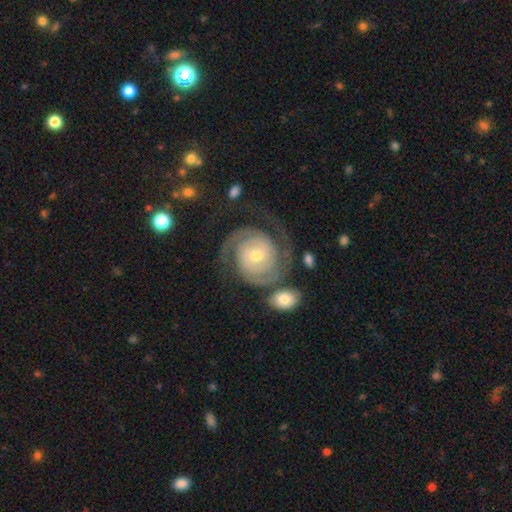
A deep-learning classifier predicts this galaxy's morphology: Q: Smooth or featured?
A: featured or disk (90%); runner-up: smooth (5%)
Q: Edge-on disk?
A: no (98%); runner-up: yes (2%)
Q: Bar?
A: no (68%); runner-up: weak (24%)
Q: Spiral arms?
A: yes (98%); runner-up: no (2%)
Q: Spiral winding?
A: tight (64%); runner-up: medium (29%)
Q: Spiral arm count?
A: 2 (86%); runner-up: can't tell (4%)
Q: Bulge size?
A: moderate (48%); runner-up: small (46%)
Q: Merging?
A: none (70%); runner-up: minor disturbance (14%)